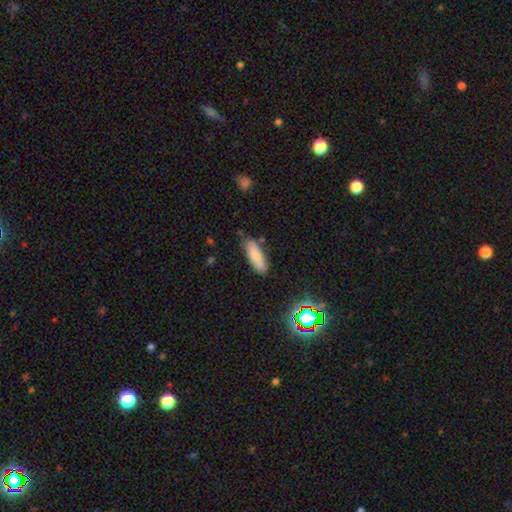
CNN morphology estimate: type=smooth (81%); roundness=in between (52%); merging=none (76%).